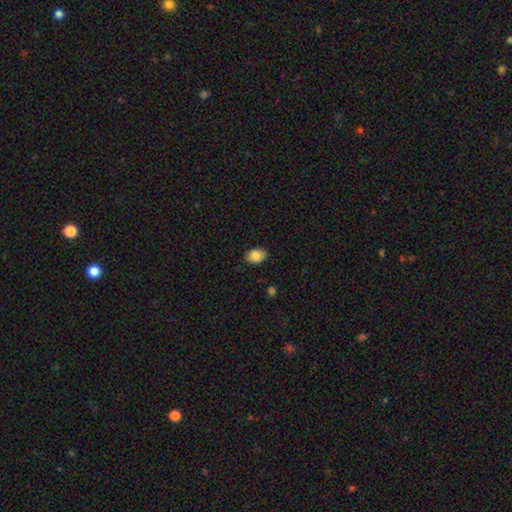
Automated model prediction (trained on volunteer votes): smooth_or_featured: smooth (p=0.86) [alt: star or artifact p=0.08]
how_rounded: in between (p=0.80) [alt: round p=0.19]
merging: none (p=0.87) [alt: minor disturbance p=0.10]